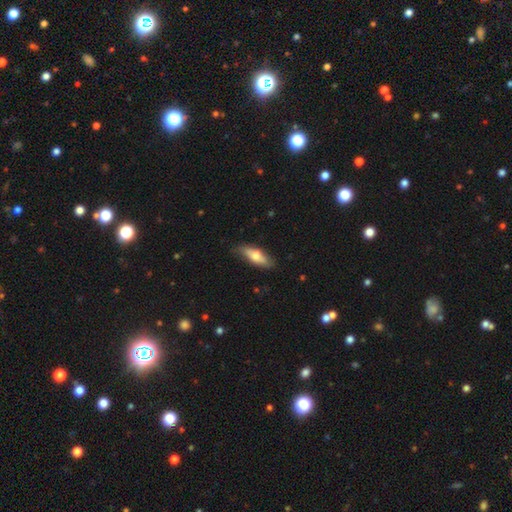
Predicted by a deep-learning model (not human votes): Smooth or featured?
  - smooth: 63% *
  - featured or disk: 32%
  - star or artifact: 6%
How rounded?
  - in between: 56% *
  - cigar-shaped: 41%
  - round: 2%
Merging?
  - none: 77% *
  - minor disturbance: 19%
  - major disturbance: 3%
  - merger: 2%